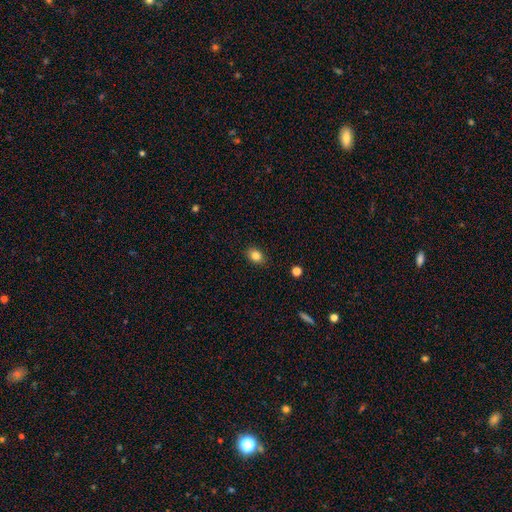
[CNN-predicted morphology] type=smooth (84%); roundness=in between (71%); merging=none (88%).